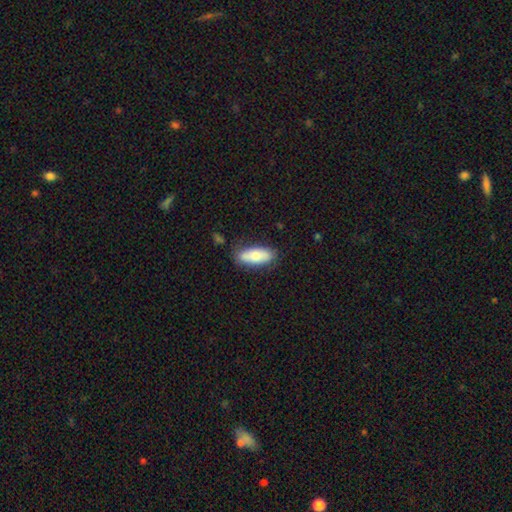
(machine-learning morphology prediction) Smooth or featured?
  - smooth: 73% *
  - featured or disk: 21%
  - star or artifact: 6%
How rounded?
  - in between: 79% *
  - cigar-shaped: 19%
  - round: 2%
Merging?
  - none: 77% *
  - minor disturbance: 16%
  - major disturbance: 4%
  - merger: 3%